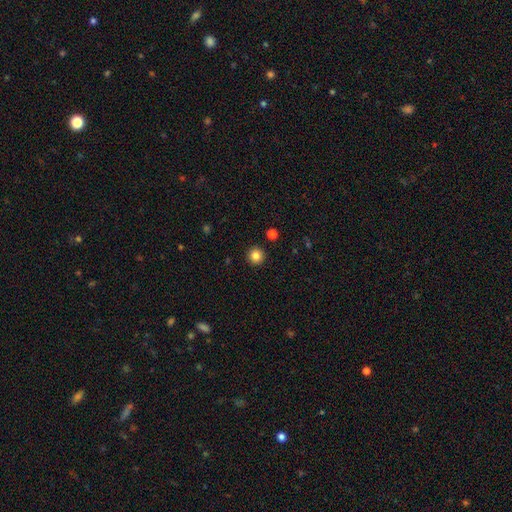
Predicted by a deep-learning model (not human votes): Smooth or featured: smooth — 84% (star or artifact — 11%)
How rounded: round — 96% (in between — 3%)
Merging: none — 93% (minor disturbance — 4%)